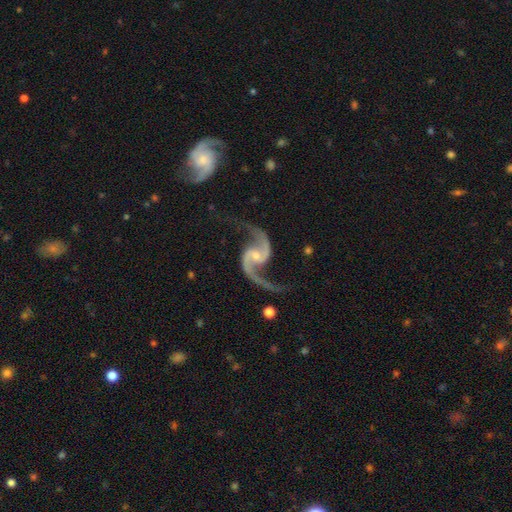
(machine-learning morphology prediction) Smooth or featured? Predicted: featured or disk (p=0.94). Edge-on disk? Predicted: no (p=0.98). Bar? Predicted: no (p=0.48). Spiral arms? Predicted: yes (p=0.98). Spiral winding? Predicted: loose (p=0.74). Spiral arm count? Predicted: 2 (p=0.95). Bulge size? Predicted: small (p=0.59). Merging? Predicted: none (p=0.73).